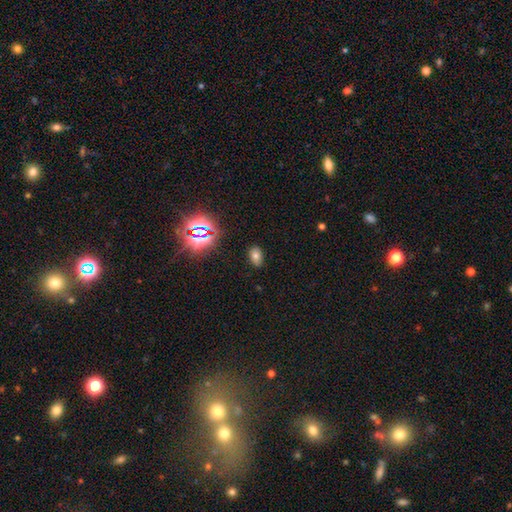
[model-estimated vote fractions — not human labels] A smooth galaxy with no disk features (66%) that is in between round and cigar-shaped (85%). Merging: none (83%).